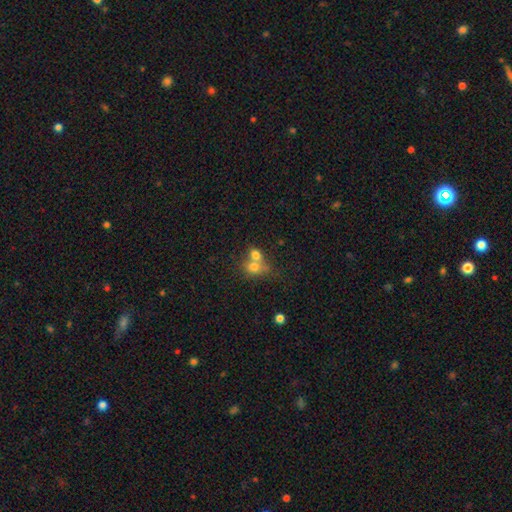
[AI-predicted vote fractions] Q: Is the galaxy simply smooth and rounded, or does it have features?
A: smooth — 72%.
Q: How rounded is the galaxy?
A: round — 63%.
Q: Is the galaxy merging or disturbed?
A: merger — 64%.